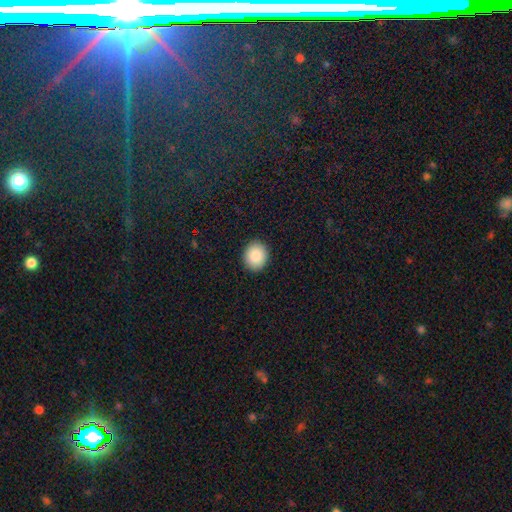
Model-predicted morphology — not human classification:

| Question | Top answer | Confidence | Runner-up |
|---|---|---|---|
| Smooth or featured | smooth | 88% | star or artifact (8%) |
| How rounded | round | 68% | in between (31%) |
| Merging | none | 91% | minor disturbance (6%) |